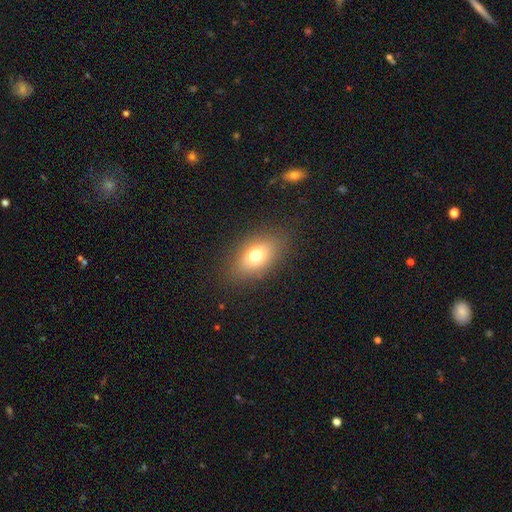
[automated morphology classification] The model was most divided on "smooth or featured": smooth: 73%, featured or disk: 17%, star or artifact: 11%. More confident: merging — none (84%); how rounded — in between (84%).